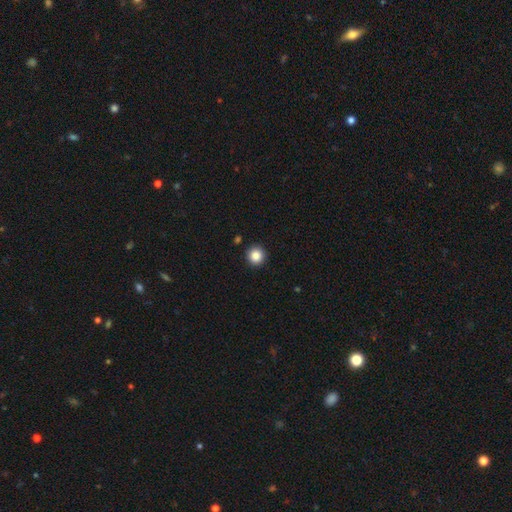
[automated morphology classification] Smooth or featured: smooth — 86% (star or artifact — 10%)
How rounded: round — 95% (in between — 4%)
Merging: none — 92% (minor disturbance — 5%)